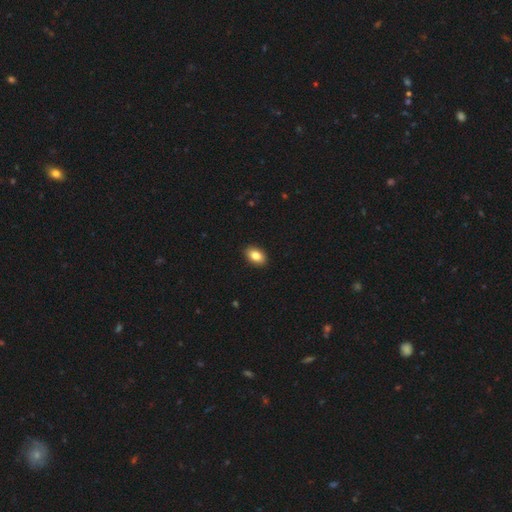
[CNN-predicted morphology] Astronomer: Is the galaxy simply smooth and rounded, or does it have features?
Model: smooth — 85%.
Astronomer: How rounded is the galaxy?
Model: in between — 90%.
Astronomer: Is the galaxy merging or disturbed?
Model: none — 91%.